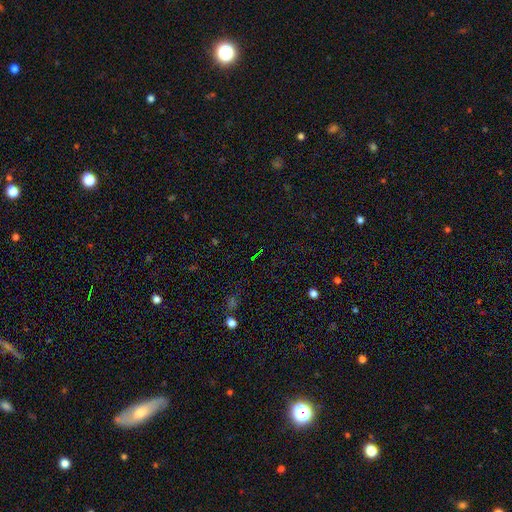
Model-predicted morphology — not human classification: This is likely a star or artifact rather than a galaxy (72%).